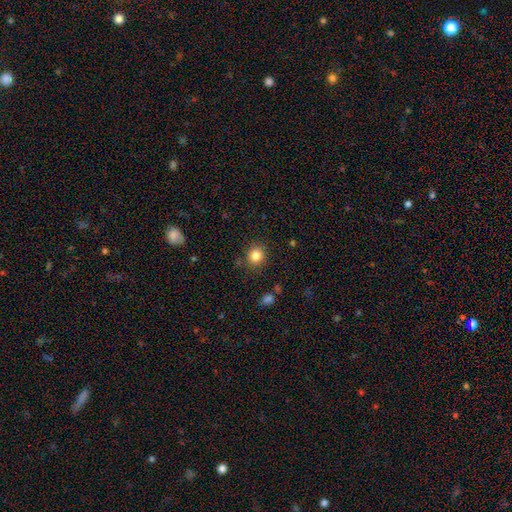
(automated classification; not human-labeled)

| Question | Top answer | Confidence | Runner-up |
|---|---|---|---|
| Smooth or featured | smooth | 83% | star or artifact (12%) |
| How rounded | round | 87% | in between (12%) |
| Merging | none | 86% | minor disturbance (9%) |